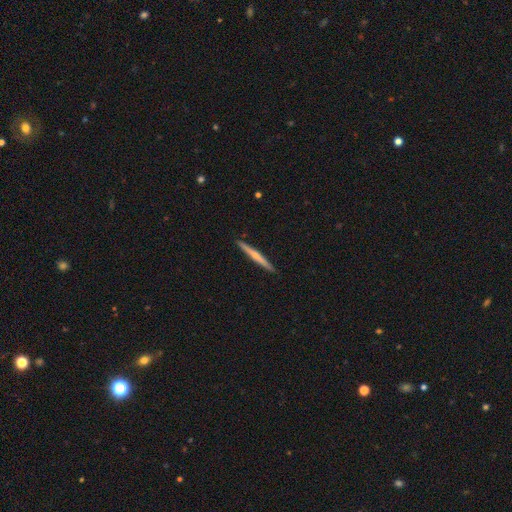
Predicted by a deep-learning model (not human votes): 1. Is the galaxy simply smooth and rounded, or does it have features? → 56% featured or disk, 39% smooth, 5% star or artifact.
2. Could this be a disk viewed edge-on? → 98% yes, 2% no.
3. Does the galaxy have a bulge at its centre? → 64% rounded, 31% none, 5% boxy.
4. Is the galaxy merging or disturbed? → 92% none, 6% minor disturbance, 1% major disturbance, 1% merger.